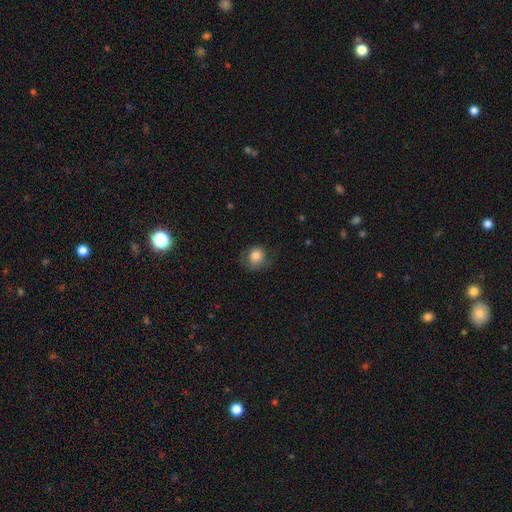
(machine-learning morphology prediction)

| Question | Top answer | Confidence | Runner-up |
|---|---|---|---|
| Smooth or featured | smooth | 74% | featured or disk (17%) |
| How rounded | round | 74% | in between (25%) |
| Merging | none | 63% | minor disturbance (22%) |